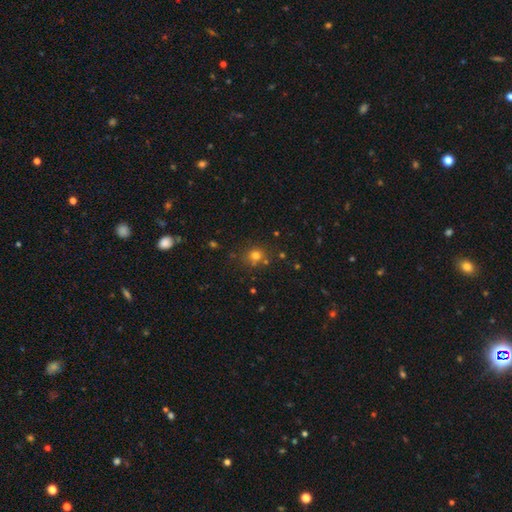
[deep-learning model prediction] Overall: smooth (74%). How rounded: round (84%). Merging: none (77%).